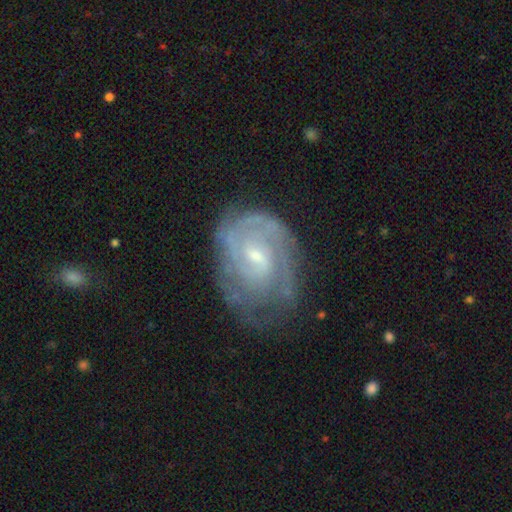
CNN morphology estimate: A featured or disk galaxy (83%) with a weak bar (54%), tight (66%) spiral arms (93%) and a small central bulge (60%).

Vote fractions:
- Smooth or featured? featured or disk: 83% / smooth: 11% / star or artifact: 6%
- Edge-on disk? no: 97% / yes: 3%
- Bar? weak: 54% / no: 37% / strong: 9%
- Spiral arms? yes: 93% / no: 7%
- Spiral winding? tight: 66% / medium: 28% / loose: 6%
- Spiral arm count? can't tell: 39% / 2: 30% / 3: 15% / 4: 6% / 1: 5% / more than 4: 4%
- Bulge size? small: 60% / moderate: 35% / none: 3% / large: 1% / dominant: 1%
- Merging? none: 62% / minor disturbance: 25% / major disturbance: 11% / merger: 2%